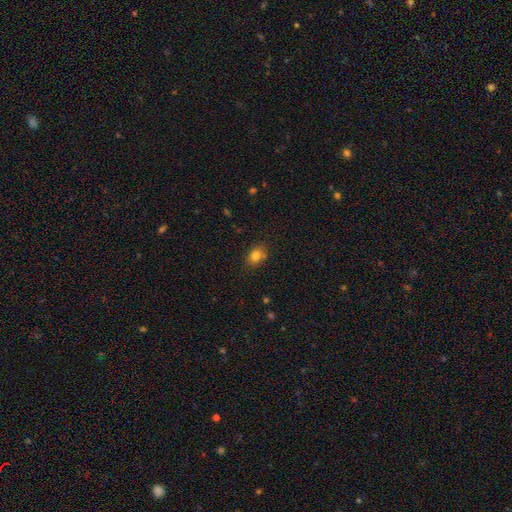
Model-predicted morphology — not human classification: smooth 80%, star or artifact 12%, featured or disk 8%. Down the decision tree: how rounded — in between (55%); merging — none (76%).